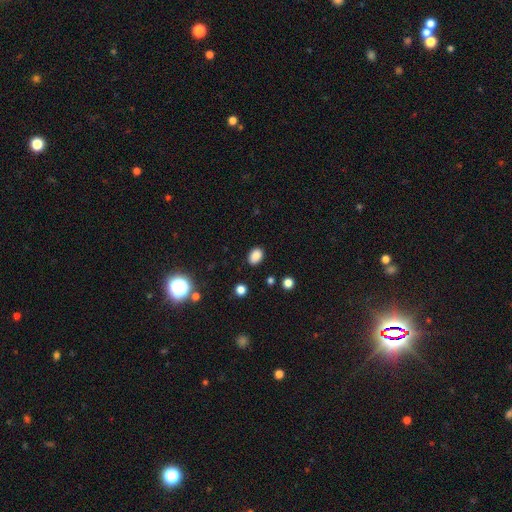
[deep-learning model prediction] Morphology: type=smooth (85%); roundness=in between (77%); merging=none (86%).